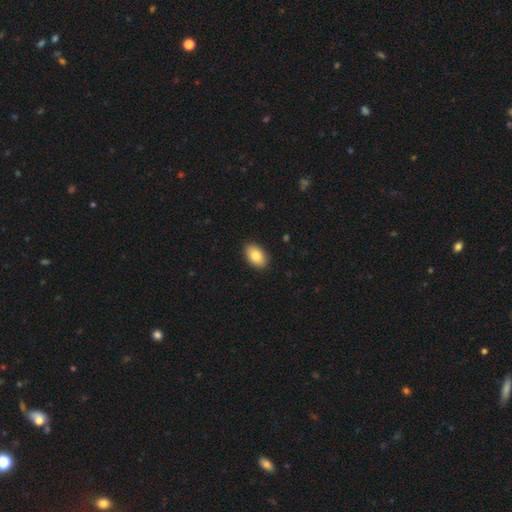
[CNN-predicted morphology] smooth-or-featured: smooth: 84% | featured or disk: 9% | star or artifact: 7%
  how-rounded: in between: 91% | round: 8% | cigar-shaped: 1%
  merging: none: 89% | minor disturbance: 8% | major disturbance: 2% | merger: 1%